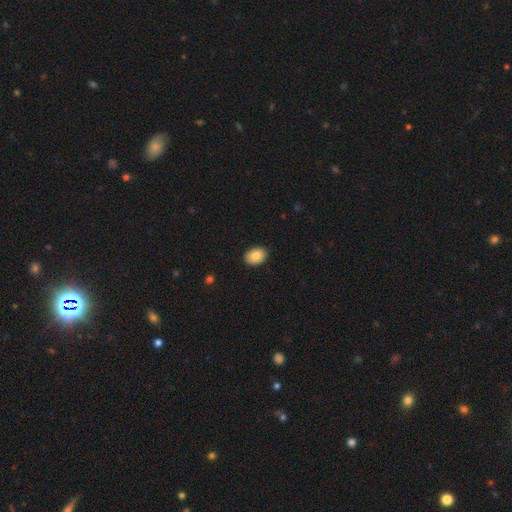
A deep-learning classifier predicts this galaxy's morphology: smooth 83%, featured or disk 9%, star or artifact 7%. Down the decision tree: how rounded — in between (75%); merging — none (88%).